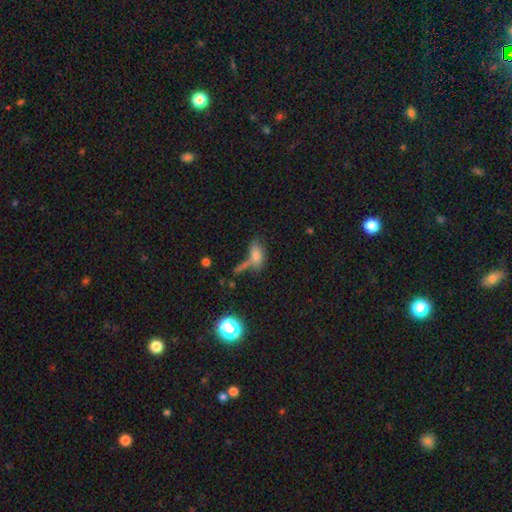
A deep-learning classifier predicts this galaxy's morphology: The model was most divided on "merging": none: 38%, merger: 30%, minor disturbance: 17%, major disturbance: 15%. More confident: how rounded — in between (78%); smooth or featured — smooth (67%).